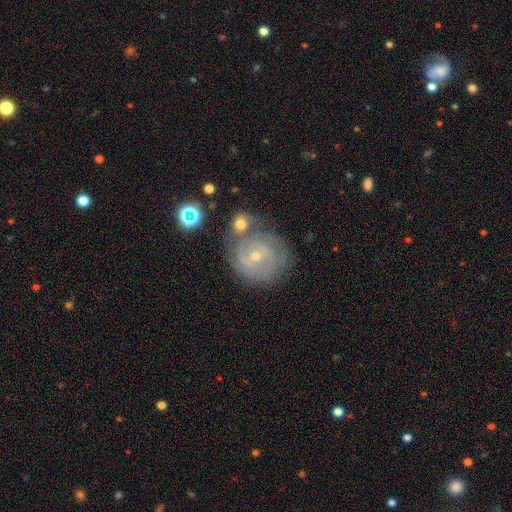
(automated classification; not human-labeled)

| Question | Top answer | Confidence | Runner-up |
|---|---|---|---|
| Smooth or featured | featured or disk | 79% | smooth (12%) |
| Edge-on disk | no | 98% | yes (2%) |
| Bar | no | 56% | weak (36%) |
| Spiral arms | yes | 93% | no (7%) |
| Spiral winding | tight | 72% | medium (23%) |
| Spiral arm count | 2 | 33% | can't tell (30%) |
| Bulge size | small | 71% | moderate (26%) |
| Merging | none | 63% | minor disturbance (16%) |